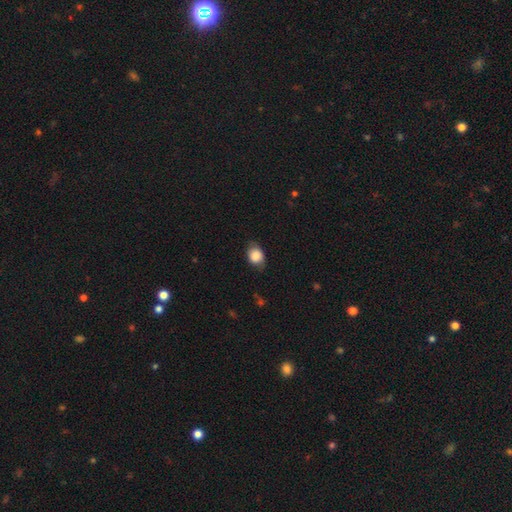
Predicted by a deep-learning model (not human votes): smooth 83%, featured or disk 10%, star or artifact 8%. Down the decision tree: how rounded — in between (64%); merging — none (74%).